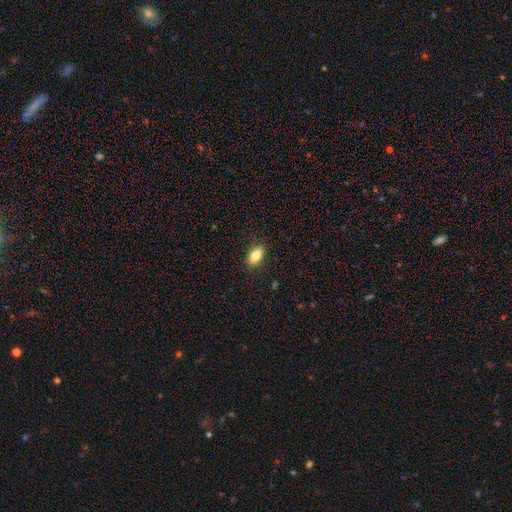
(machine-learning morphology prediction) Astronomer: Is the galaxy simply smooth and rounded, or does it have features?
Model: smooth — 81%.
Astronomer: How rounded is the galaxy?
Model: in between — 89%.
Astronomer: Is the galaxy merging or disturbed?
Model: none — 88%.